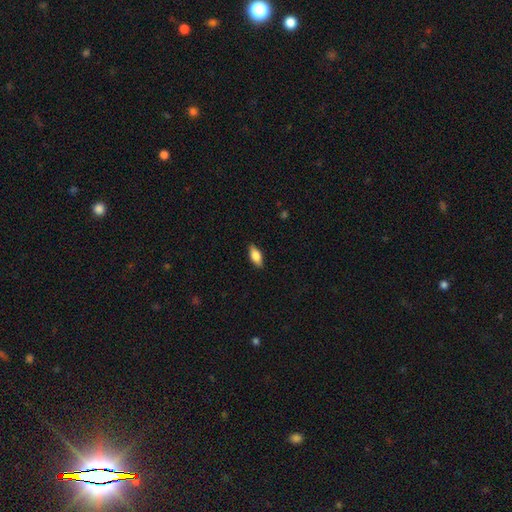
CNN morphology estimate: smooth 78%, featured or disk 16%, star or artifact 7%. Down the decision tree: how rounded — in between (84%); merging — none (86%).